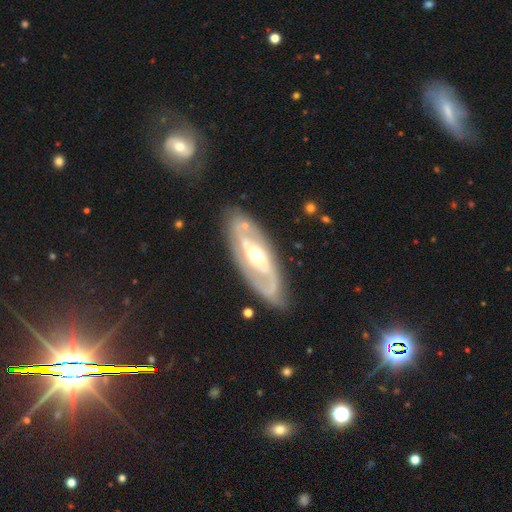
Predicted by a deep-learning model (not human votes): smooth-or-featured: featured or disk: 80% | smooth: 15% | star or artifact: 4%
  disk-edge-on: no: 88% | yes: 12%
    bar: no: 53% | weak: 29% | strong: 17%
    has-spiral-arms: yes: 71% | no: 29%
      spiral-winding: medium: 41% | tight: 35% | loose: 24%
      spiral-arm-count: 2: 77% | can't tell: 14% | 1: 5% | 3: 2% | 4: 1% | more than 4: 1%
    bulge-size: moderate: 72% | large: 16% | small: 10% | dominant: 1% | none: 1%
  merging: none: 80% | minor disturbance: 13% | major disturbance: 5% | merger: 2%